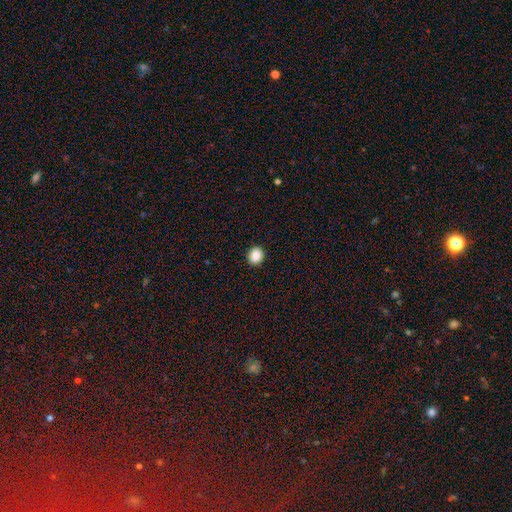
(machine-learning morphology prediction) This appears to be a smooth galaxy with no disk features (88%) that is round (73%). Merging: none (92%).